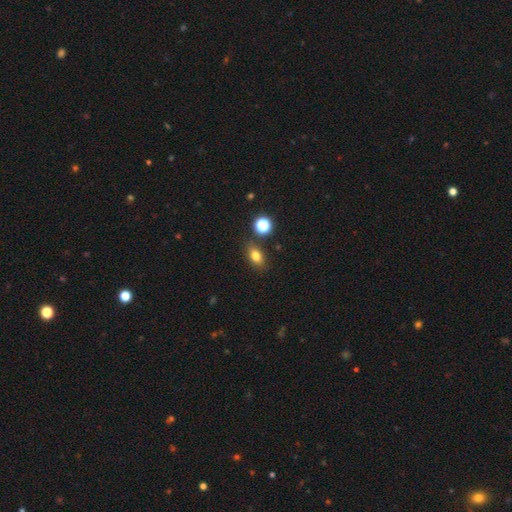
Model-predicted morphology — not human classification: smooth-or-featured: smooth: 77% | star or artifact: 13% | featured or disk: 10%
  how-rounded: in between: 75% | round: 21% | cigar-shaped: 4%
  merging: none: 79% | minor disturbance: 12% | merger: 6% | major disturbance: 3%